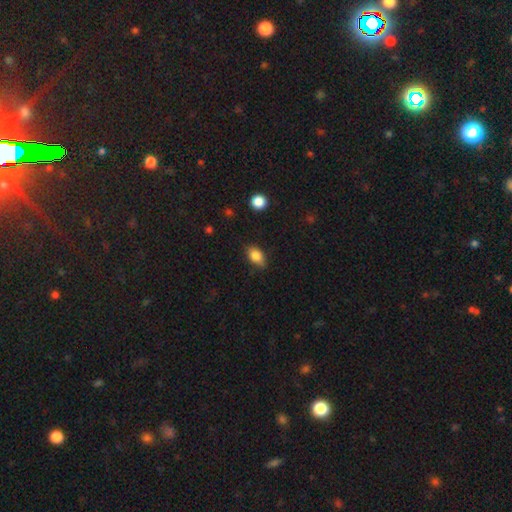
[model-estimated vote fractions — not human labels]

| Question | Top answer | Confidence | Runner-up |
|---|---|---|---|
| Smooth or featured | smooth | 85% | star or artifact (8%) |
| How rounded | in between | 86% | round (12%) |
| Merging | none | 77% | minor disturbance (19%) |